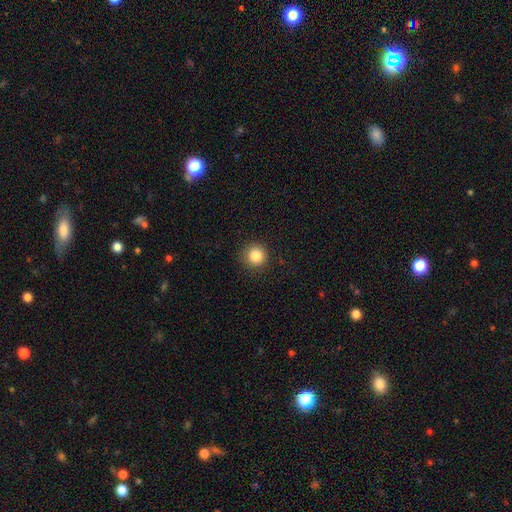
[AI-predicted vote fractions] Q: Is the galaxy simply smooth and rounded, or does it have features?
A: smooth — 85%.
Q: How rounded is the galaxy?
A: round — 95%.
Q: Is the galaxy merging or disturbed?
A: none — 90%.